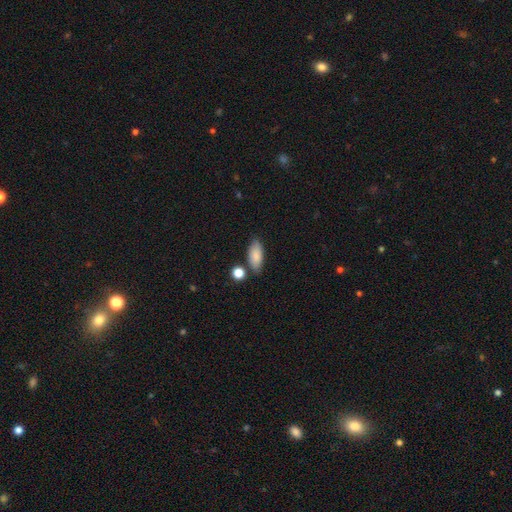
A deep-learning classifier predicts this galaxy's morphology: Smooth or featured?
  - smooth: 85% *
  - featured or disk: 8%
  - star or artifact: 7%
How rounded?
  - in between: 84% *
  - cigar-shaped: 13%
  - round: 3%
Merging?
  - none: 74% *
  - minor disturbance: 15%
  - merger: 7%
  - major disturbance: 3%